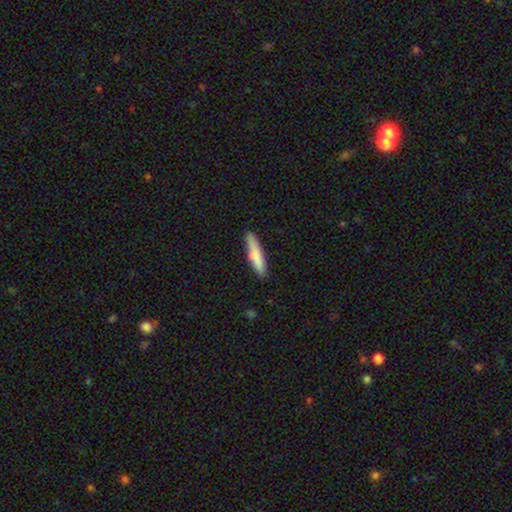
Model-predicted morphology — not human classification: Overall: smooth (79%). How rounded: cigar-shaped (85%). Merging: none (80%).